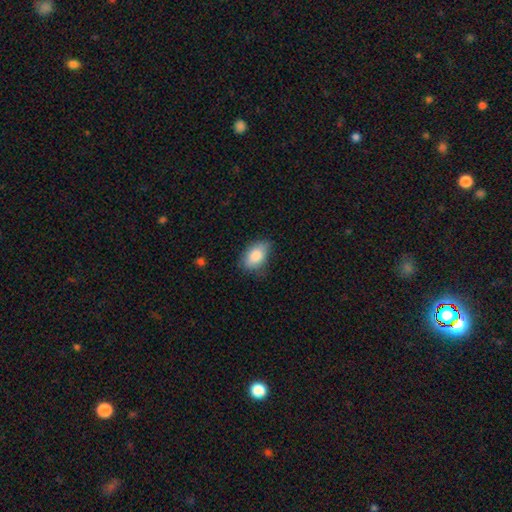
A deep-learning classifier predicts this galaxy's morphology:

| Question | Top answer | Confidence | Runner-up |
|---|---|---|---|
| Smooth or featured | smooth | 84% | featured or disk (9%) |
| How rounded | in between | 89% | round (9%) |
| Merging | none | 70% | minor disturbance (24%) |